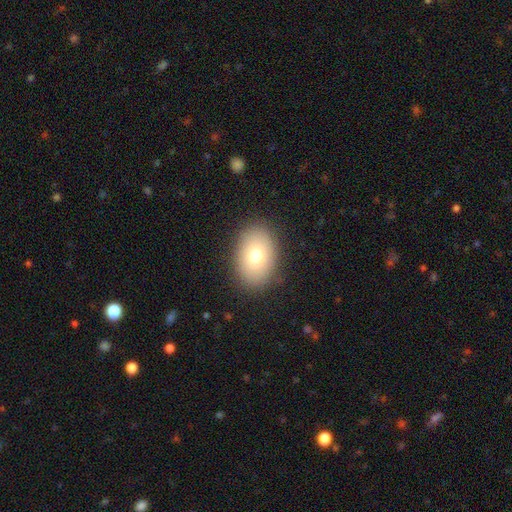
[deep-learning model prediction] The model was most divided on "how rounded": in between: 77%, round: 22%, cigar-shaped: 1%. More confident: merging — none (88%); smooth or featured — smooth (75%).